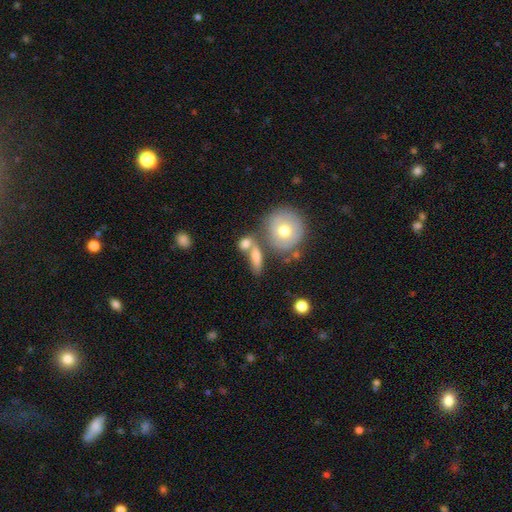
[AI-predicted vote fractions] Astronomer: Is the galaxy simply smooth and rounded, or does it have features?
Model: smooth — 69%.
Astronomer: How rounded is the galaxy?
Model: in between — 54%.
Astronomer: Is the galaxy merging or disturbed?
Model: none — 48% (runner-up: merger, 31%).